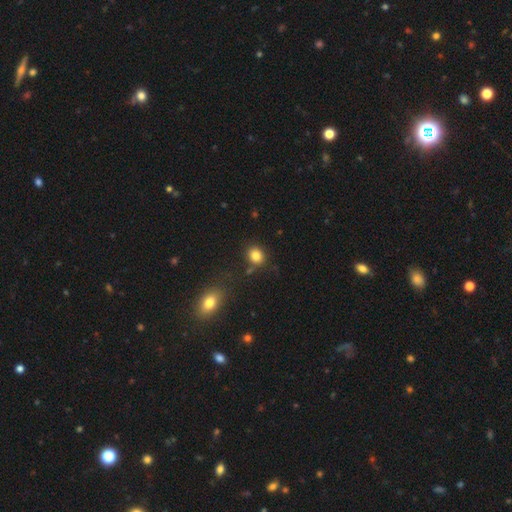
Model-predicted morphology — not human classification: Smooth or featured? smooth (85%)
How rounded? round (61%)
Merging? none (79%)